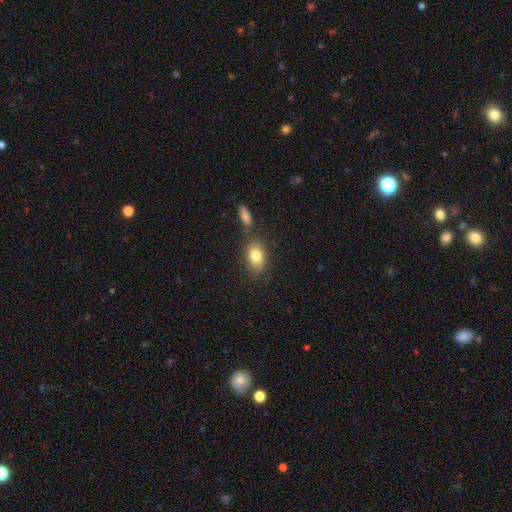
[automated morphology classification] A smooth galaxy with no disk features (81%) that is in between round and cigar-shaped (86%).

Vote fractions:
- Smooth or featured? smooth: 81% / featured or disk: 11% / star or artifact: 8%
- How rounded? in between: 86% / round: 12% / cigar-shaped: 3%
- Merging? none: 73% / minor disturbance: 12% / merger: 11% / major disturbance: 4%